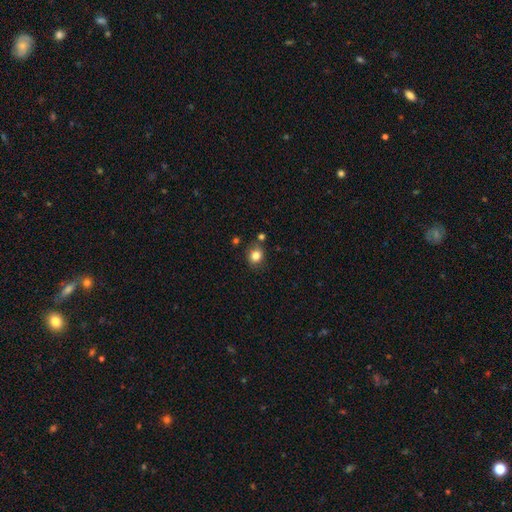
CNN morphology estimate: Smooth or featured? smooth (82%)
How rounded? round (70%)
Merging? none (77%)